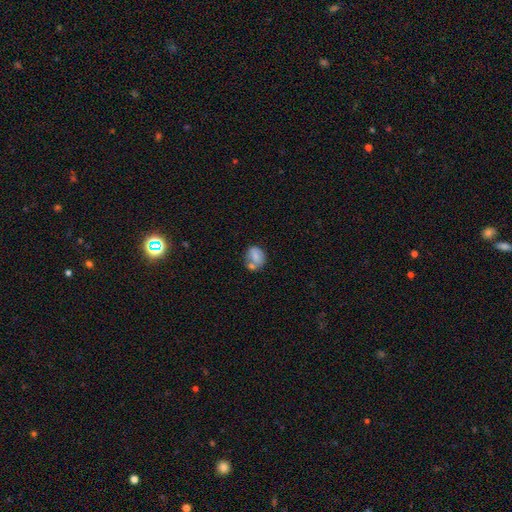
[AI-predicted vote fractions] Smooth or featured? smooth (71%)
How rounded? round (50%)
Merging? none (43%)